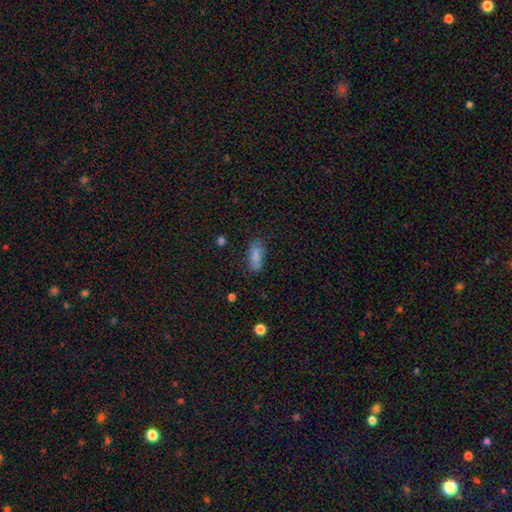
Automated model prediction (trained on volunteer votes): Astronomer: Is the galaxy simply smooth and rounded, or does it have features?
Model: smooth — 81%.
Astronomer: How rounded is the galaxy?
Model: in between — 79%.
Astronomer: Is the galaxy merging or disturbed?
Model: none — 68%.